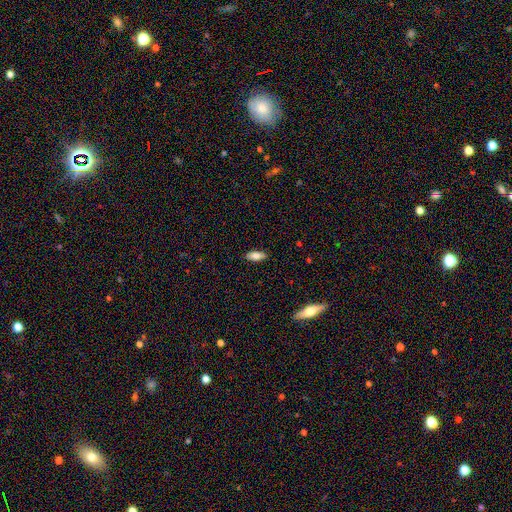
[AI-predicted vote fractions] Smooth or featured: smooth — 79% (featured or disk — 14%)
How rounded: in between — 76% (cigar-shaped — 22%)
Merging: none — 89% (minor disturbance — 9%)